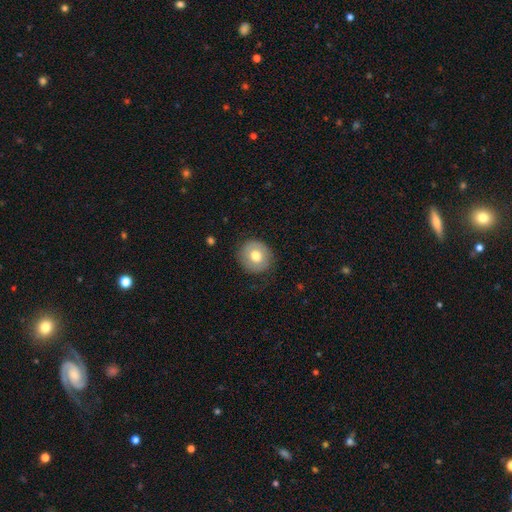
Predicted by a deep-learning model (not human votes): A smooth galaxy with no disk features (71%) that is round (90%).

Vote fractions:
- Smooth or featured? smooth: 71% / featured or disk: 21% / star or artifact: 8%
- How rounded? round: 90% / in between: 9% / cigar-shaped: 1%
- Merging? none: 84% / minor disturbance: 11% / major disturbance: 4% / merger: 1%